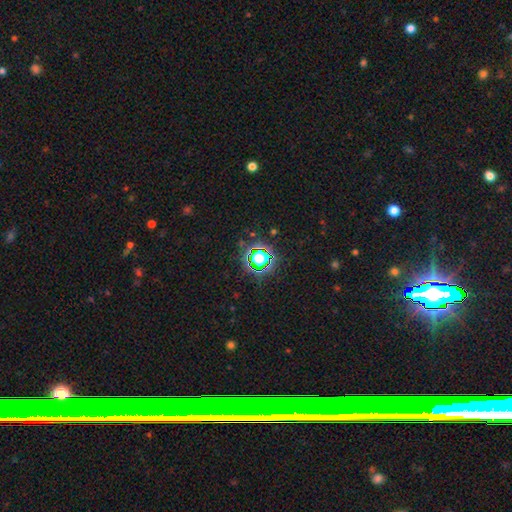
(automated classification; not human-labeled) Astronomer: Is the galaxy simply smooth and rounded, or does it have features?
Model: star or artifact — 67%.